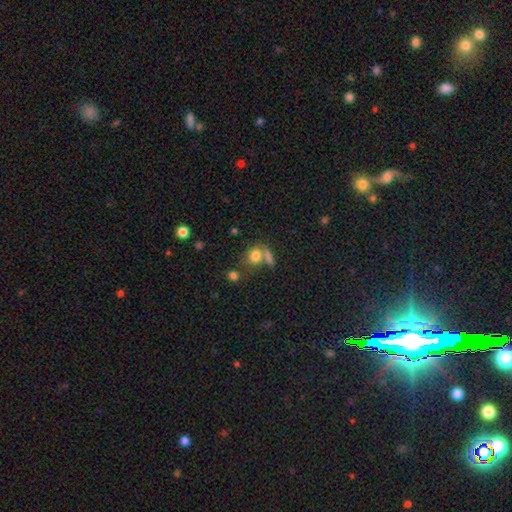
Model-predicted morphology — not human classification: Q: Smooth or featured?
A: smooth (78%); runner-up: star or artifact (11%)
Q: How rounded?
A: round (57%); runner-up: in between (41%)
Q: Merging?
A: none (45%); runner-up: merger (35%)